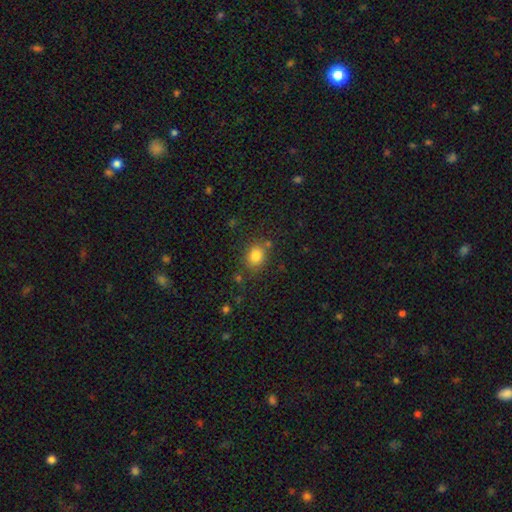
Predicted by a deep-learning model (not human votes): The model was most divided on "how rounded": round: 60%, in between: 40%, cigar-shaped: 1%. More confident: smooth or featured — smooth (82%); merging — none (77%).